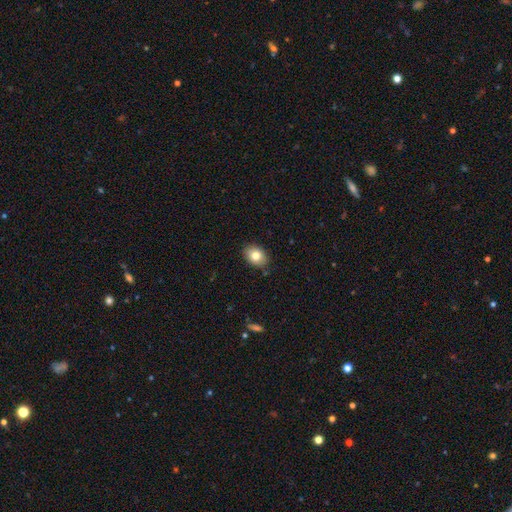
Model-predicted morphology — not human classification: This is likely a smooth galaxy (80%). How rounded: likely in between (74%). Merging: clearly none (87%).